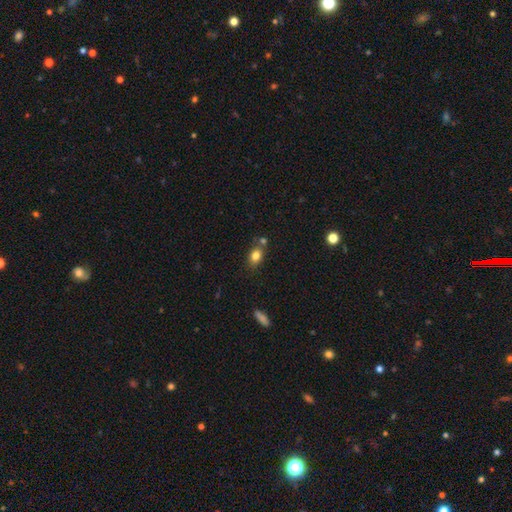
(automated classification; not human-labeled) smooth 81%, star or artifact 10%, featured or disk 9%. Down the decision tree: how rounded — in between (68%); merging — none (64%).